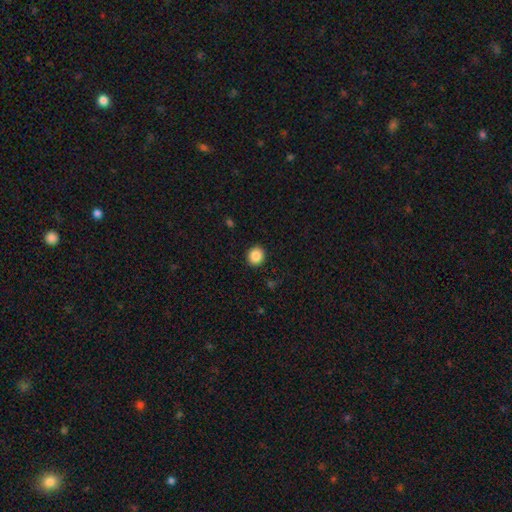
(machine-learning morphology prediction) Smooth or featured? smooth (87%)
How rounded? round (85%)
Merging? none (92%)